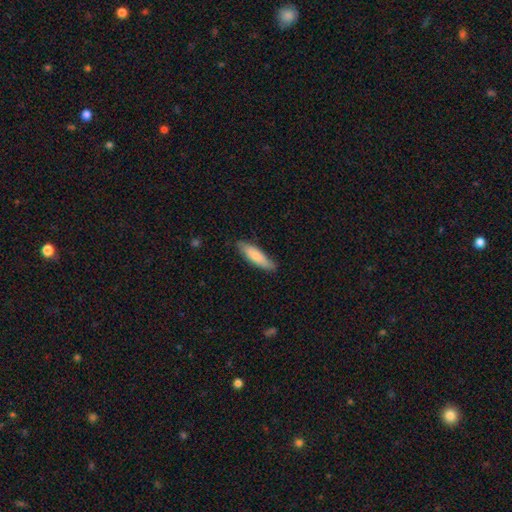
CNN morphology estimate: Smooth or featured? Predicted: smooth (p=0.78). How rounded? Predicted: cigar-shaped (p=0.66). Merging? Predicted: none (p=0.83).